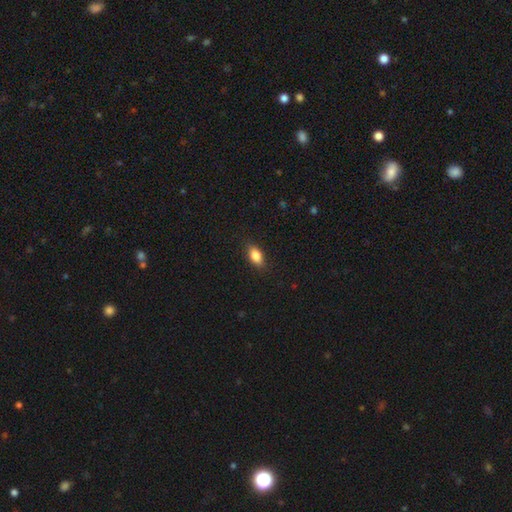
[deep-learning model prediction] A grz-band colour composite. It shows a smooth galaxy with no disk features (86%) that is in between round and cigar-shaped (88%). Merging: none (86%).